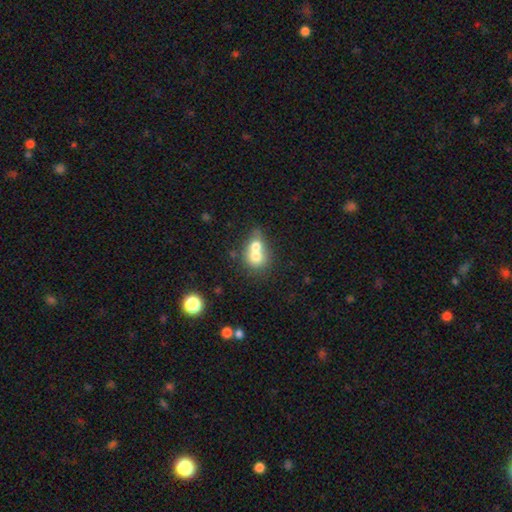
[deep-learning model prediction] Overall: smooth (68%). How rounded: round (66%; in between 33%). Merging: merger (73%).